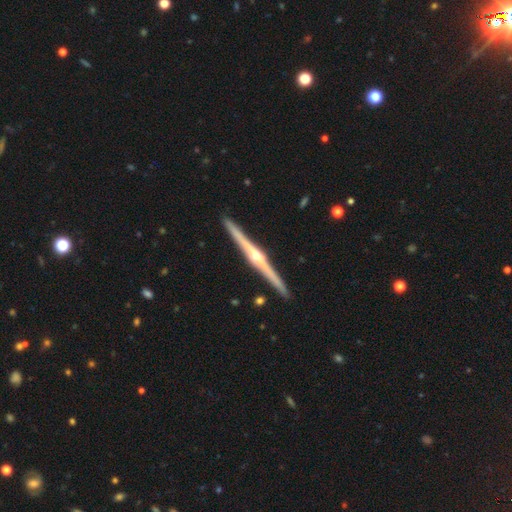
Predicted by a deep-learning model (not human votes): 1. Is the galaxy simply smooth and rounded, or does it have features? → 86% featured or disk, 10% smooth, 5% star or artifact.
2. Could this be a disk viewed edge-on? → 99% yes, 1% no.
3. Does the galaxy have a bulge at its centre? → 89% rounded, 7% none, 4% boxy.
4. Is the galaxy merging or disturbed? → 93% none, 5% minor disturbance, 1% merger, 1% major disturbance.